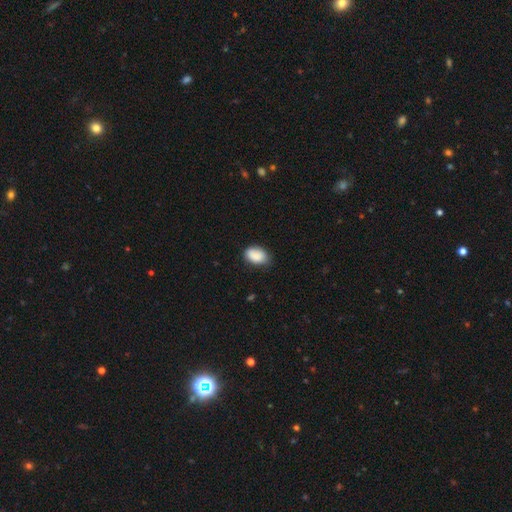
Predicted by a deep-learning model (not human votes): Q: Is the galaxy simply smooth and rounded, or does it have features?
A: smooth — 88%.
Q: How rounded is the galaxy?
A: in between — 87%.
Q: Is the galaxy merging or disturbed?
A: none — 70%.